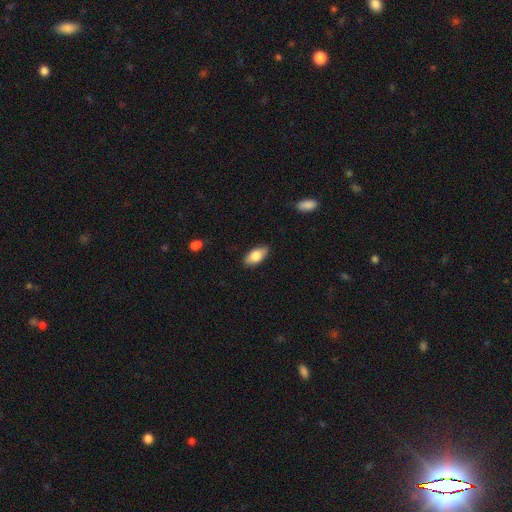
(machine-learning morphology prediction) Smooth or featured? Predicted: smooth (p=0.80). How rounded? Predicted: in between (p=0.91). Merging? Predicted: none (p=0.85).